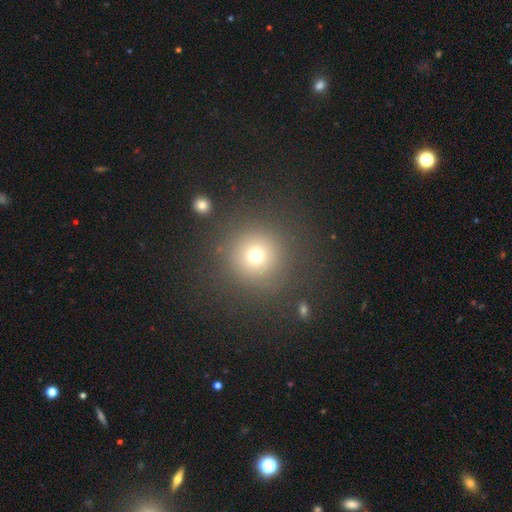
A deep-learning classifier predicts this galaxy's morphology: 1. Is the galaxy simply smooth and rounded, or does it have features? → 72% smooth, 18% star or artifact, 10% featured or disk.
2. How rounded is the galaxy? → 95% round, 4% in between, 1% cigar-shaped.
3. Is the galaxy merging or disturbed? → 86% none, 7% minor disturbance, 4% major disturbance, 2% merger.